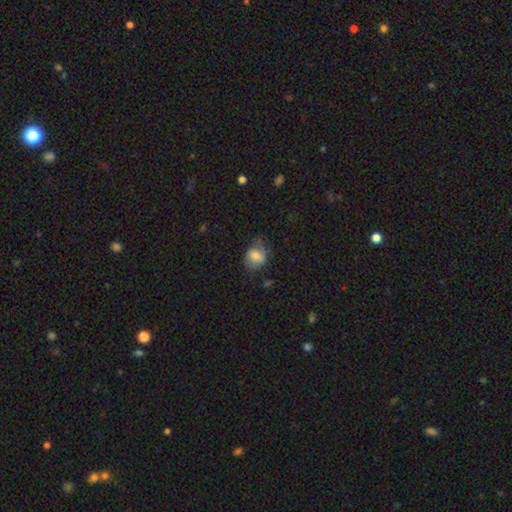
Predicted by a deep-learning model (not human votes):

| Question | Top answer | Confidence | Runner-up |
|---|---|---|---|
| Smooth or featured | smooth | 75% | featured or disk (17%) |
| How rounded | in between | 53% | round (46%) |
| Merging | none | 61% | minor disturbance (26%) |